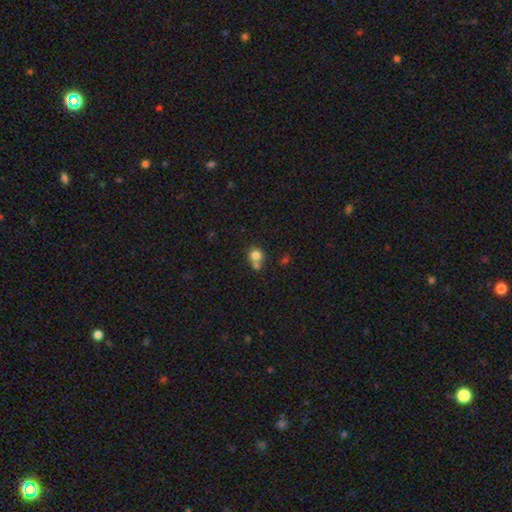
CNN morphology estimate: This is likely a smooth galaxy (79%). How rounded: clearly round (82%). Merging: marginally none (45%).